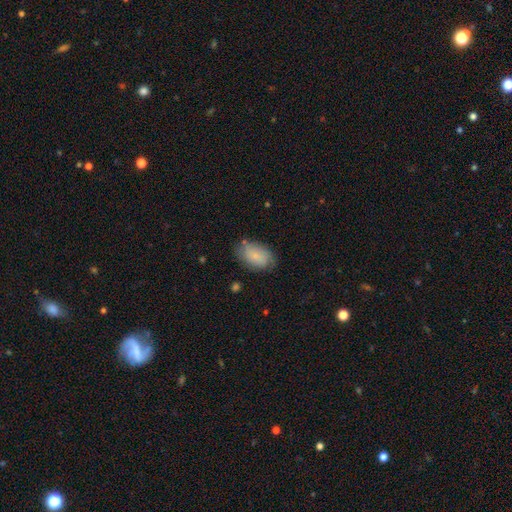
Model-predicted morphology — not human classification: Overall: smooth (80%). How rounded: in between (91%). Merging: none (72%).